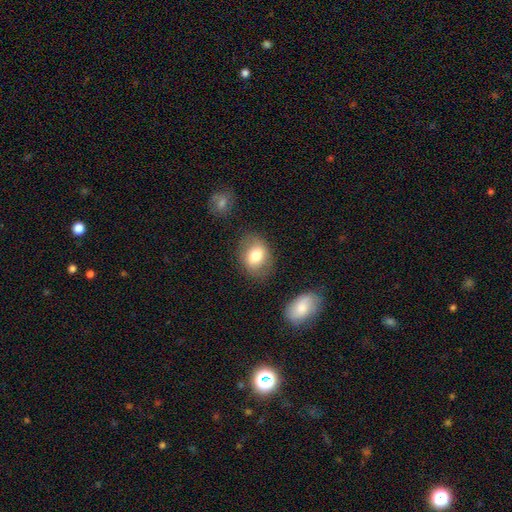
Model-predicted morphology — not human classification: Smooth or featured?
  - smooth: 76% *
  - featured or disk: 16%
  - star or artifact: 8%
How rounded?
  - in between: 61% *
  - round: 38%
  - cigar-shaped: 1%
Merging?
  - none: 76% *
  - minor disturbance: 15%
  - major disturbance: 5%
  - merger: 3%